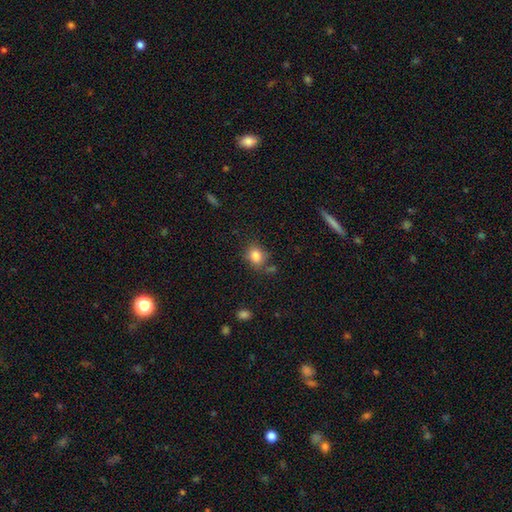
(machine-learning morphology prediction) smooth-or-featured: smooth: 84% | star or artifact: 10% | featured or disk: 6%
  how-rounded: round: 53% | in between: 46% | cigar-shaped: 1%
  merging: none: 70% | minor disturbance: 17% | merger: 8% | major disturbance: 5%